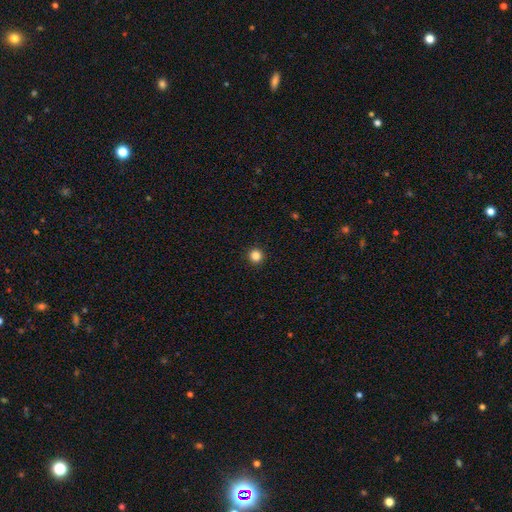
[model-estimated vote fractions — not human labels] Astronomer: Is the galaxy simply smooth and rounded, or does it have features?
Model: smooth — 84%.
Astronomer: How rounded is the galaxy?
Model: round — 96%.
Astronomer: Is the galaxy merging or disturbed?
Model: none — 94%.